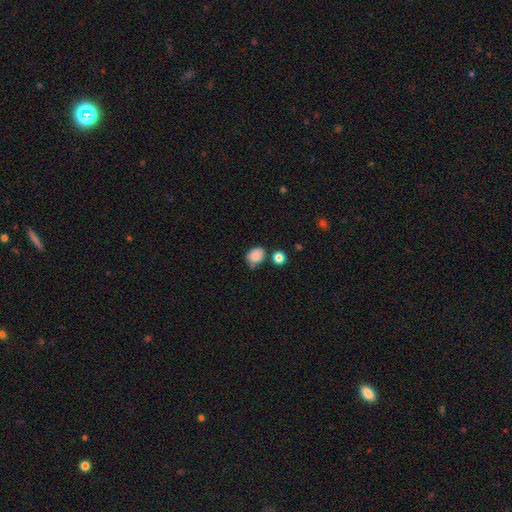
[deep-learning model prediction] smooth-or-featured: smooth: 84% | star or artifact: 9% | featured or disk: 7%
  how-rounded: in between: 59% | round: 40% | cigar-shaped: 1%
  merging: none: 60% | minor disturbance: 24% | merger: 11% | major disturbance: 5%